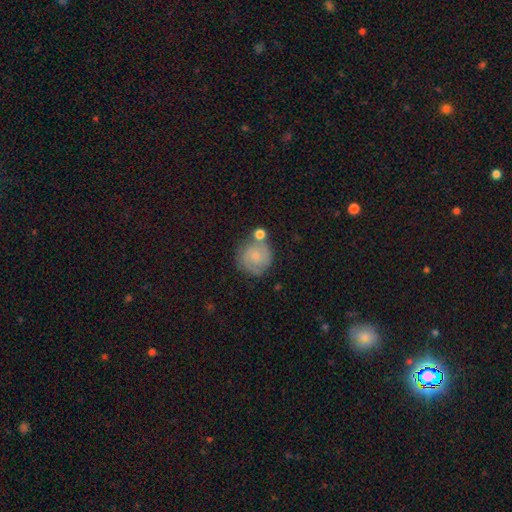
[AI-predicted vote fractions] A smooth galaxy with no disk features (64%) that is round (90%).

Vote fractions:
- Smooth or featured? smooth: 64% / featured or disk: 28% / star or artifact: 8%
- How rounded? round: 90% / in between: 9% / cigar-shaped: 1%
- Merging? none: 55% / minor disturbance: 19% / merger: 18% / major disturbance: 8%